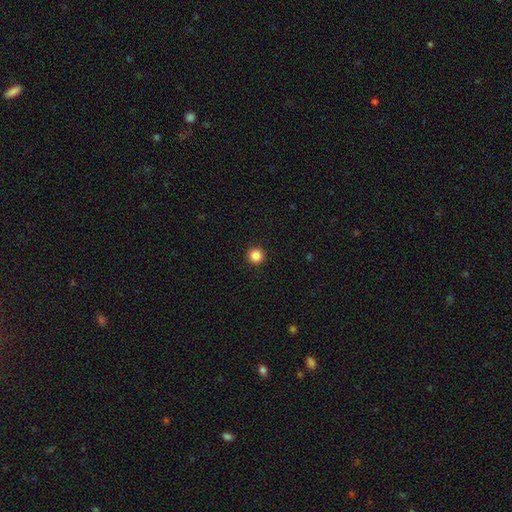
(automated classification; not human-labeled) The model was most divided on "smooth or featured": smooth: 86%, star or artifact: 11%, featured or disk: 3%. More confident: how rounded — round (96%); merging — none (94%).